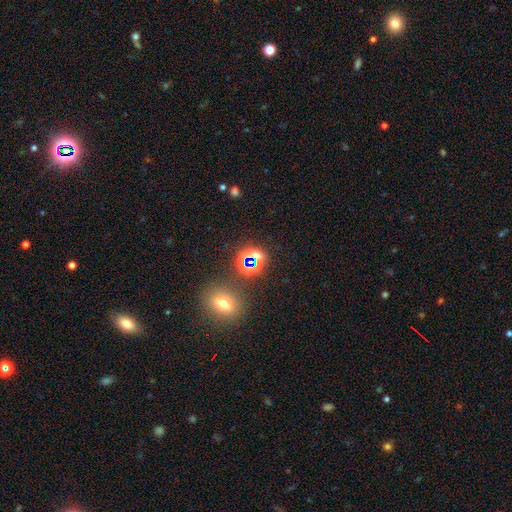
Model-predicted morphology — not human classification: Smooth or featured?
  - star or artifact: 64% *
  - smooth: 27%
  - featured or disk: 9%